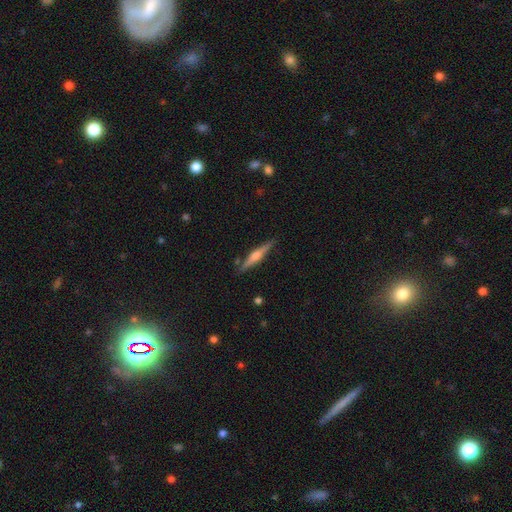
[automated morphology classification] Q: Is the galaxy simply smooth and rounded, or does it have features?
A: featured or disk — 70%.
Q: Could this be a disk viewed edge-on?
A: yes — 98%.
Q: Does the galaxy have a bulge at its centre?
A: rounded — 86%.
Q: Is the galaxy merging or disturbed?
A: none — 88%.